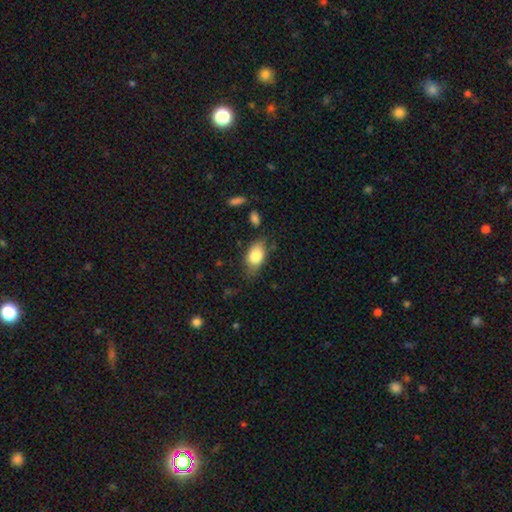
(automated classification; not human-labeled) smooth_or_featured: smooth (p=0.80) [alt: featured or disk p=0.13]
how_rounded: in between (p=0.87) [alt: round p=0.10]
merging: none (p=0.70) [alt: minor disturbance p=0.22]